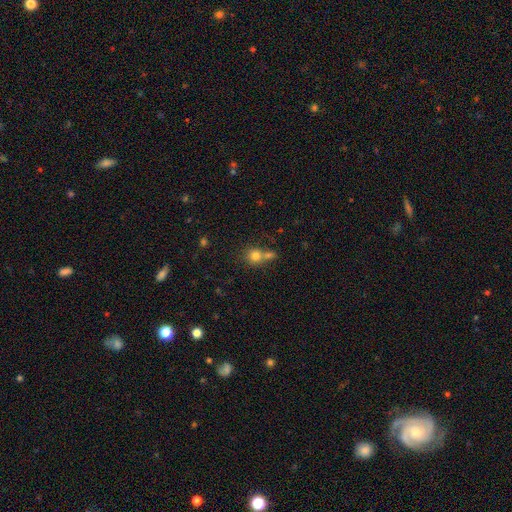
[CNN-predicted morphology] This appears to be a smooth galaxy with no disk features (78%) that is round (85%). Merging: none (47%).